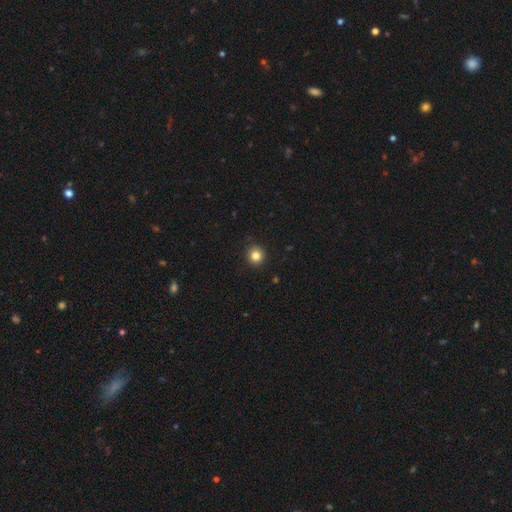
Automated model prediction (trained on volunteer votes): This is clearly a smooth galaxy (83%). How rounded: clearly round (93%). Merging: clearly none (92%).